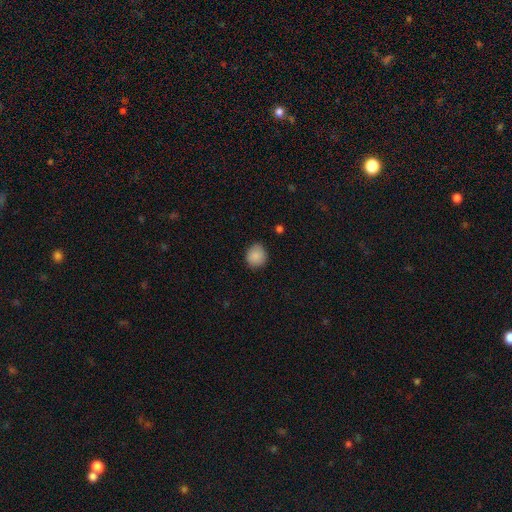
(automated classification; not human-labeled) smooth_or_featured: smooth (p=0.88) [alt: star or artifact p=0.08]
how_rounded: round (p=0.81) [alt: in between p=0.18]
merging: none (p=0.84) [alt: minor disturbance p=0.13]